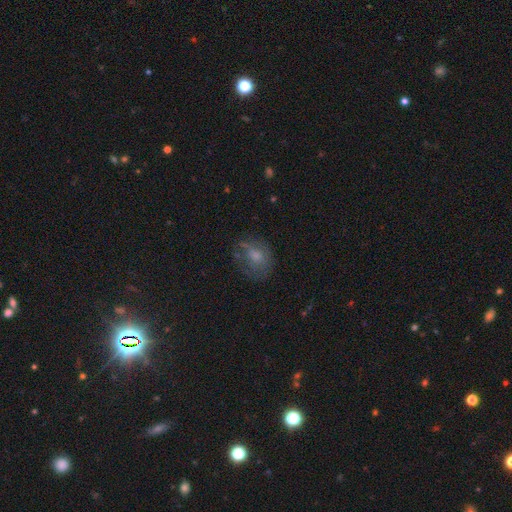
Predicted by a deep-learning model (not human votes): smooth 47%, featured or disk 33%, star or artifact 20%. Down the decision tree: merging — none (59%).